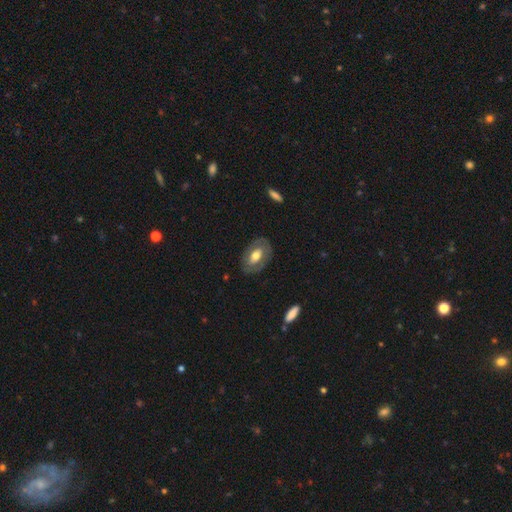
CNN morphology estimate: Overall: featured or disk (53%; smooth 41%). Edge-on disk: no (91%). Merging: none (79%).